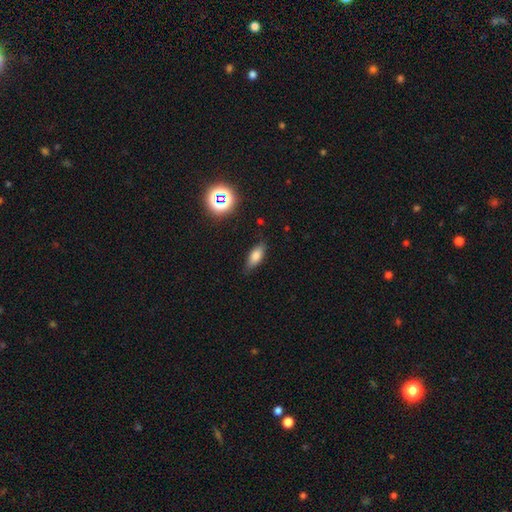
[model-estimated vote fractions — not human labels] Smooth or featured? Predicted: smooth (p=0.73). How rounded? Predicted: in between (p=0.75). Merging? Predicted: none (p=0.80).